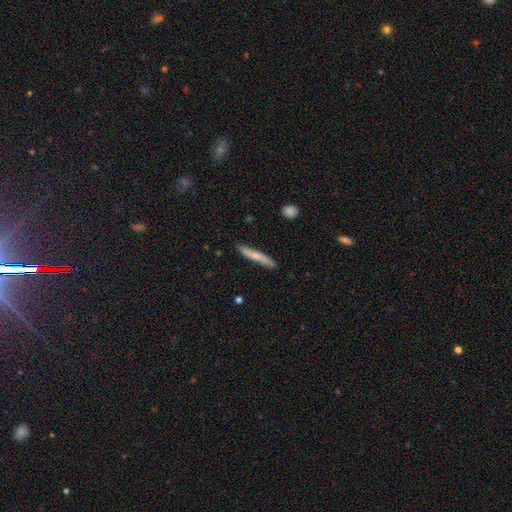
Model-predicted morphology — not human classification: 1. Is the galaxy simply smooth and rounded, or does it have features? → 65% smooth, 30% featured or disk, 5% star or artifact.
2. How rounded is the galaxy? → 94% cigar-shaped, 4% in between, 1% round.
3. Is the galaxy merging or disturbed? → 85% none, 12% minor disturbance, 2% major disturbance, 2% merger.